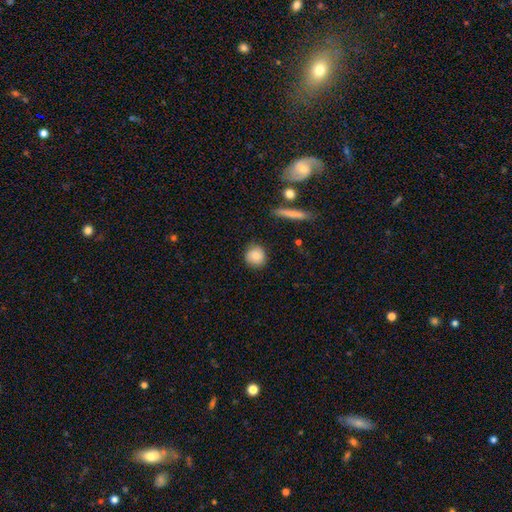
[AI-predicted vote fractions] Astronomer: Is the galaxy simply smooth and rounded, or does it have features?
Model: smooth — 81%.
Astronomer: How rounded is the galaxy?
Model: round — 91%.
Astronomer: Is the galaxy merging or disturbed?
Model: none — 86%.